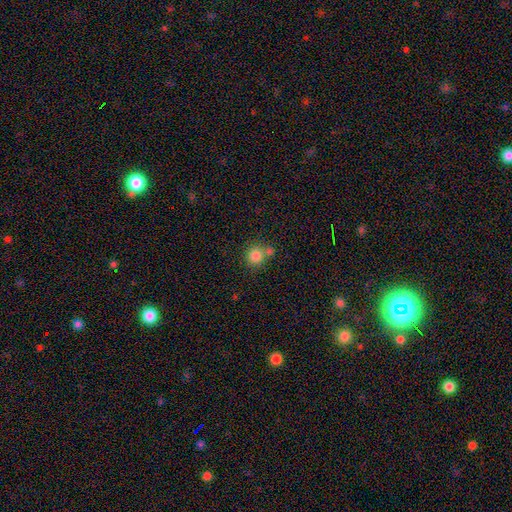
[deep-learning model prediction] A smooth galaxy with no disk features (82%) that is round (90%).

Vote fractions:
- Smooth or featured? smooth: 82% / star or artifact: 11% / featured or disk: 7%
- How rounded? round: 90% / in between: 9% / cigar-shaped: 1%
- Merging? none: 62% / merger: 26% / minor disturbance: 9% / major disturbance: 3%